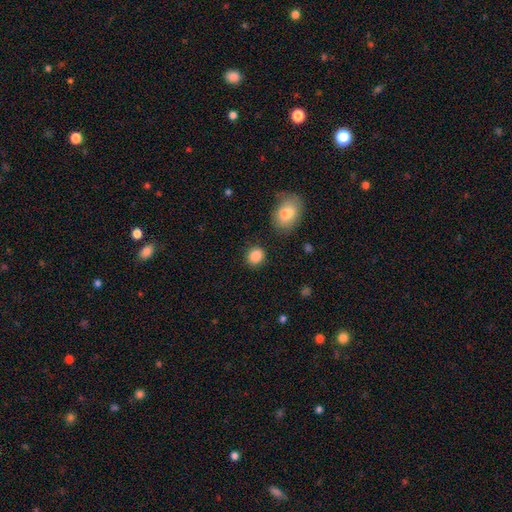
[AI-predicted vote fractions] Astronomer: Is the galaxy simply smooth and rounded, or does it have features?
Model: smooth — 87%.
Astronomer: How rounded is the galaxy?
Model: round — 73%.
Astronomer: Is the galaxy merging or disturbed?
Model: none — 86%.